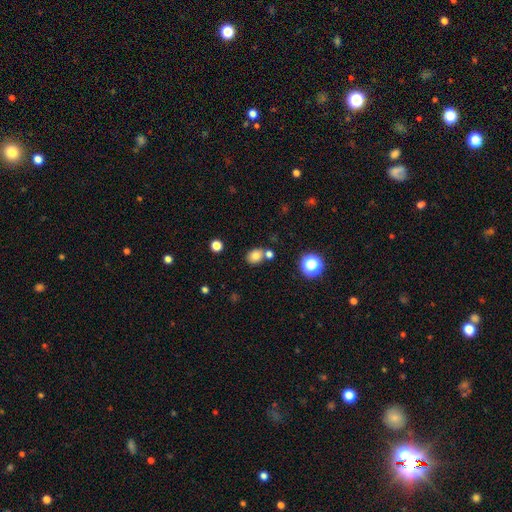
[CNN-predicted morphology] Q: Smooth or featured?
A: smooth (79%); runner-up: star or artifact (14%)
Q: How rounded?
A: round (54%); runner-up: in between (45%)
Q: Merging?
A: none (65%); runner-up: merger (20%)